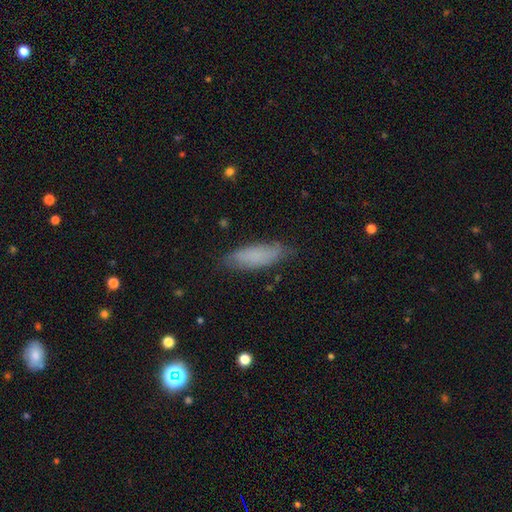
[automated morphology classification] type=smooth (78%); roundness=in between (57%); merging=none (77%).